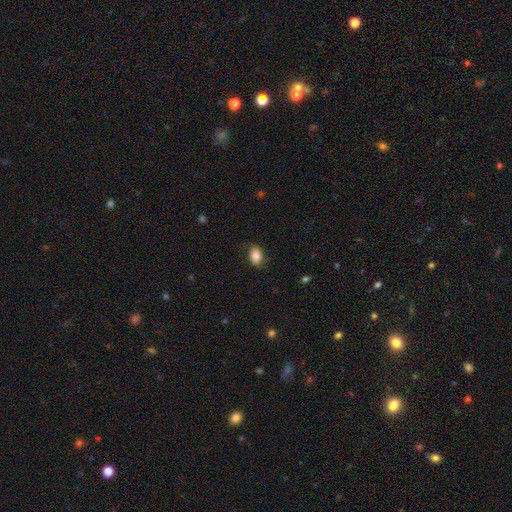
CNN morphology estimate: Smooth or featured: smooth — 80% (featured or disk — 12%)
How rounded: in between — 83% (round — 16%)
Merging: none — 76% (minor disturbance — 18%)